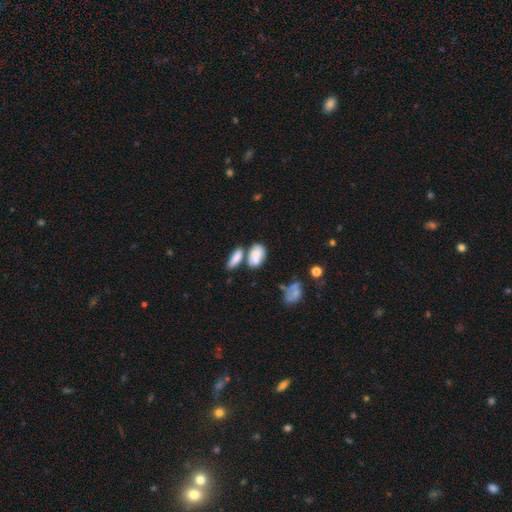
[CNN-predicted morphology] Smooth or featured? Predicted: smooth (p=0.78). How rounded? Predicted: in between (p=0.87). Merging? Predicted: merger (p=0.39).